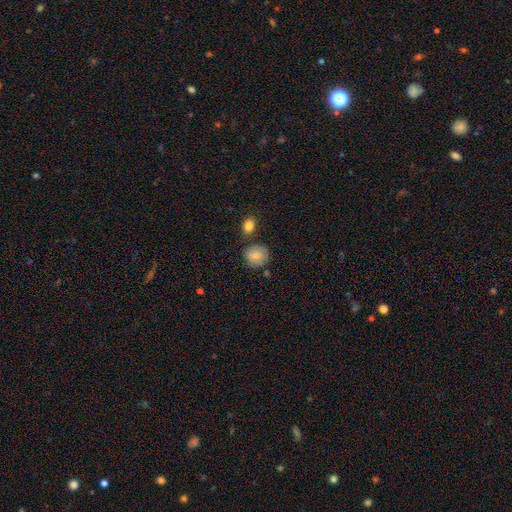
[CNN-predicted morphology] A smooth galaxy with no disk features (83%) that is round (76%).

Vote fractions:
- Smooth or featured? smooth: 83% / featured or disk: 9% / star or artifact: 8%
- How rounded? round: 76% / in between: 23% / cigar-shaped: 1%
- Merging? none: 74% / minor disturbance: 15% / merger: 8% / major disturbance: 4%